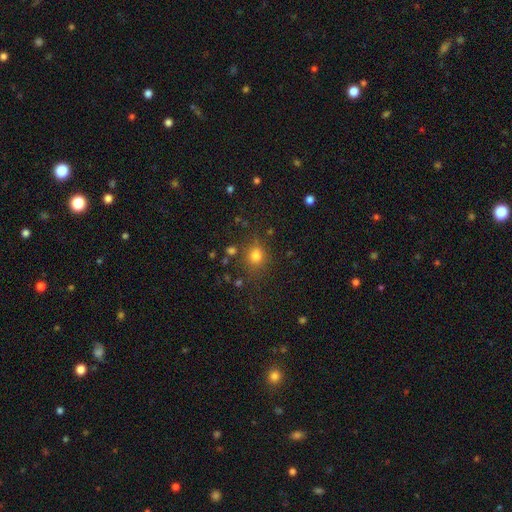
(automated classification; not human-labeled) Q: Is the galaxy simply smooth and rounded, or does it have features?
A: smooth — 77%.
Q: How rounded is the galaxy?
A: round — 80%.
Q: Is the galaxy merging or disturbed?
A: none — 78%.